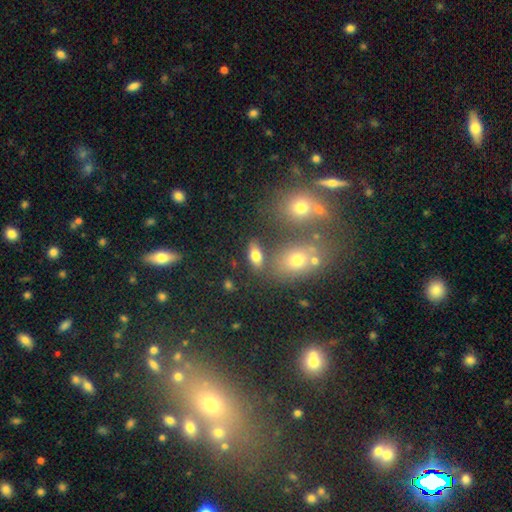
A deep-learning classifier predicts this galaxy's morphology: This appears to be a smooth galaxy with no disk features (73%) that is in between round and cigar-shaped (82%). Merging: none (73%).